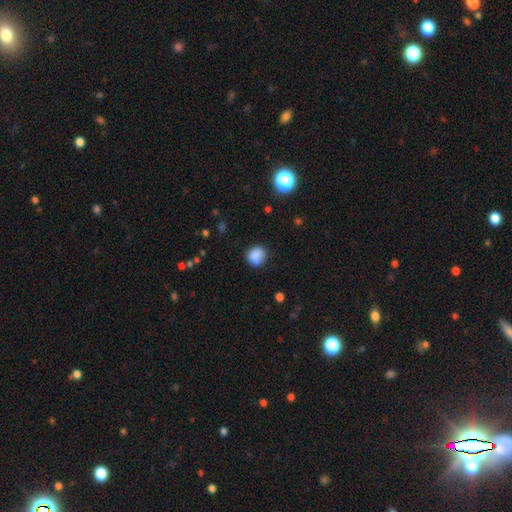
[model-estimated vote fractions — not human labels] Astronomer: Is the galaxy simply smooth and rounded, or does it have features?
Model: smooth — 86%.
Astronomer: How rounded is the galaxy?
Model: round — 79%.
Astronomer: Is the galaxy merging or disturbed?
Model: none — 81%.